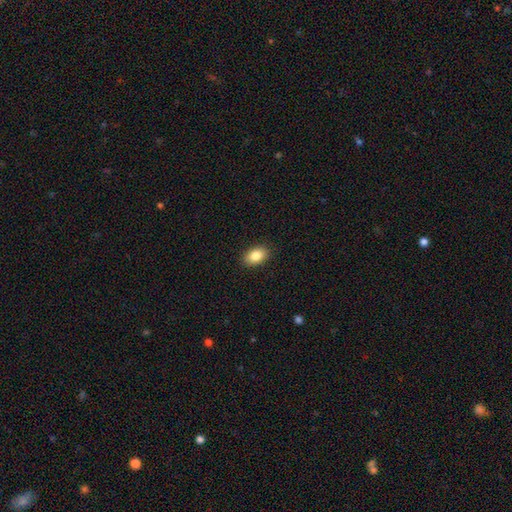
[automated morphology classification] Smooth or featured?
  - smooth: 85% *
  - star or artifact: 8%
  - featured or disk: 7%
How rounded?
  - in between: 88% *
  - round: 11%
  - cigar-shaped: 1%
Merging?
  - none: 90% *
  - minor disturbance: 8%
  - major disturbance: 2%
  - merger: 1%